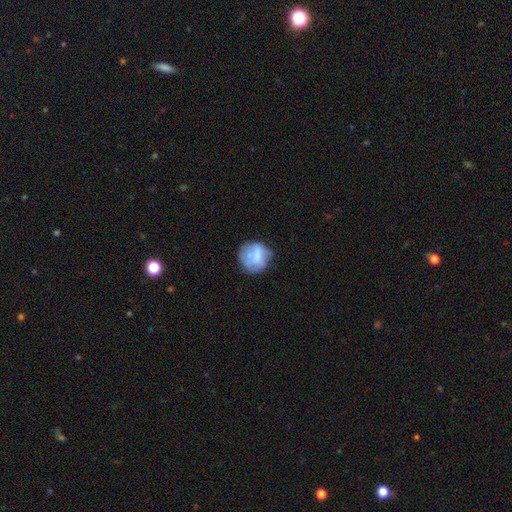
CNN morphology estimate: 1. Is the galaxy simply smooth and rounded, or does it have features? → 60% smooth, 31% featured or disk, 9% star or artifact.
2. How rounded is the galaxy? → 84% round, 14% in between, 1% cigar-shaped.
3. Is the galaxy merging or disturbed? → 60% none, 24% minor disturbance, 12% major disturbance, 4% merger.